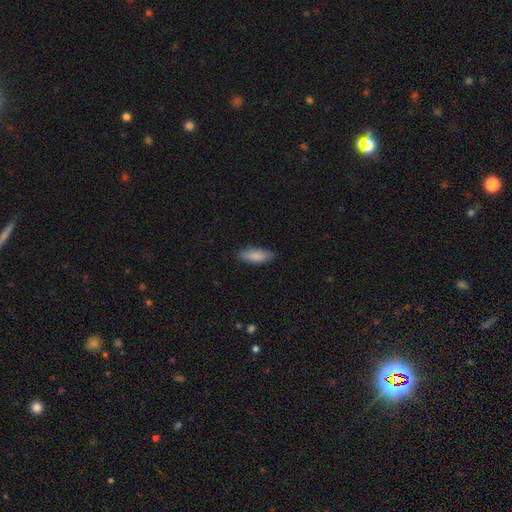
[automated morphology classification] smooth 88%, featured or disk 6%, star or artifact 6%. Down the decision tree: how rounded — in between (70%); merging — none (86%).